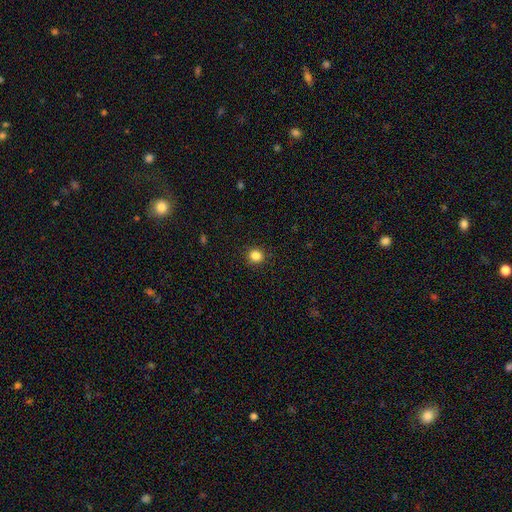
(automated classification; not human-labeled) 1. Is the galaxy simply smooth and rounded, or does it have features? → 84% smooth, 12% star or artifact, 4% featured or disk.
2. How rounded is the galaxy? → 91% round, 8% in between, 1% cigar-shaped.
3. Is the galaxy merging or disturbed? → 92% none, 6% minor disturbance, 2% major disturbance, 1% merger.